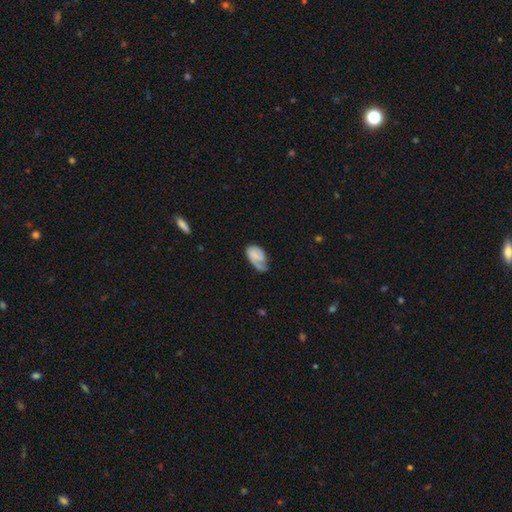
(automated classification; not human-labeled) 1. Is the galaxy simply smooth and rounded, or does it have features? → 49% featured or disk, 43% smooth, 8% star or artifact.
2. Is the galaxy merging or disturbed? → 40% none, 32% minor disturbance, 25% major disturbance, 3% merger.